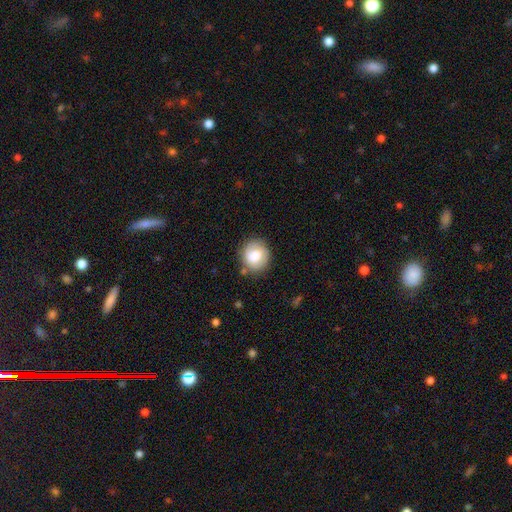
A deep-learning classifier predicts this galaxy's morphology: This appears to be a smooth galaxy with no disk features (74%) that is round (82%). Merging: none (78%).